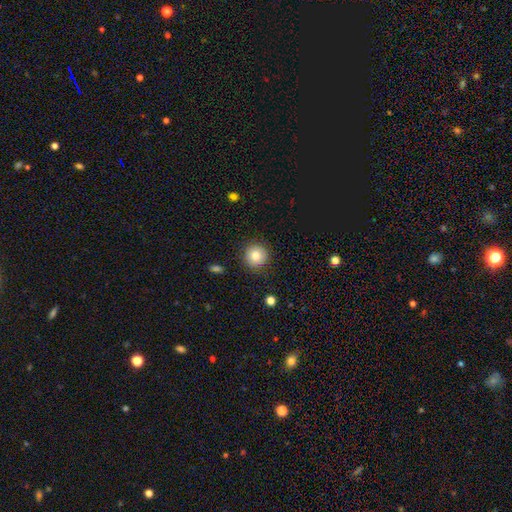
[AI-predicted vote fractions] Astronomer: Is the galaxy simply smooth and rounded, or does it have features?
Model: smooth — 79%.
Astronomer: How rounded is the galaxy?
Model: round — 94%.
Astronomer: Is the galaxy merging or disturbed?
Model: none — 88%.